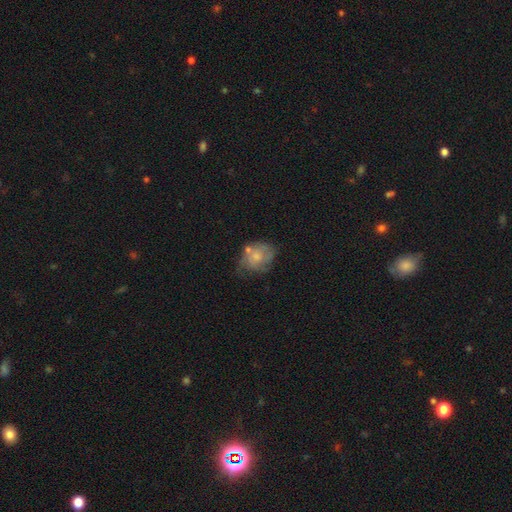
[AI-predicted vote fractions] Smooth or featured? Predicted: smooth (p=0.51). How rounded? Predicted: in between (p=0.56). Merging? Predicted: none (p=0.41).